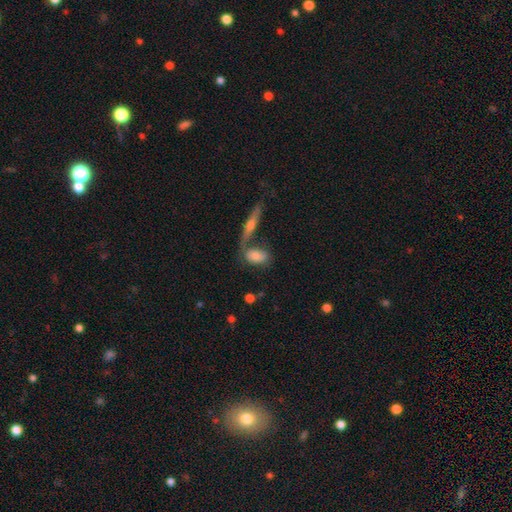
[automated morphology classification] A smooth galaxy with no disk features (70%) that is in between round and cigar-shaped (83%). Merging: none (47%).